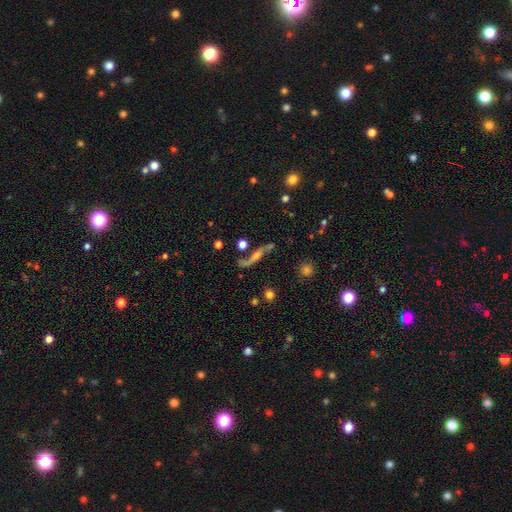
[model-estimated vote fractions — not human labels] Smooth or featured?
  - featured or disk: 71% *
  - smooth: 18%
  - star or artifact: 11%
Edge-on disk?
  - no: 61% *
  - yes: 39%
Merging?
  - none: 55% *
  - minor disturbance: 20%
  - major disturbance: 15%
  - merger: 11%